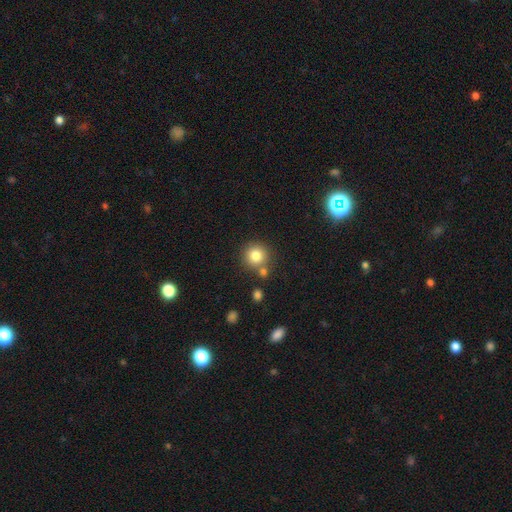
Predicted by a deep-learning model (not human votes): The model was most divided on "merging": none: 72%, merger: 16%, minor disturbance: 9%, major disturbance: 3%. More confident: how rounded — round (92%); smooth or featured — smooth (82%).